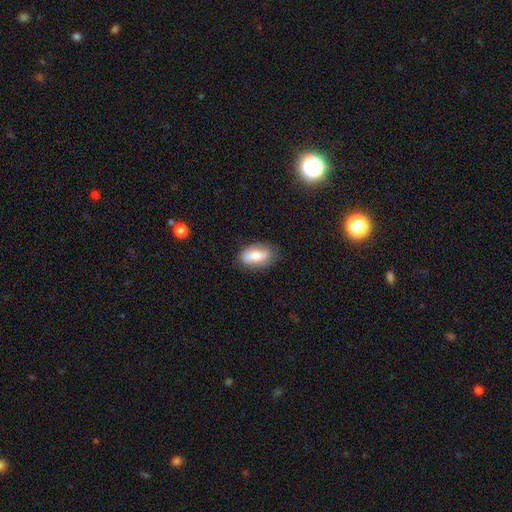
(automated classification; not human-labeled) Smooth or featured?
  - smooth: 66% *
  - featured or disk: 26%
  - star or artifact: 8%
How rounded?
  - in between: 89% *
  - round: 6%
  - cigar-shaped: 5%
Merging?
  - none: 73% *
  - minor disturbance: 21%
  - major disturbance: 5%
  - merger: 2%